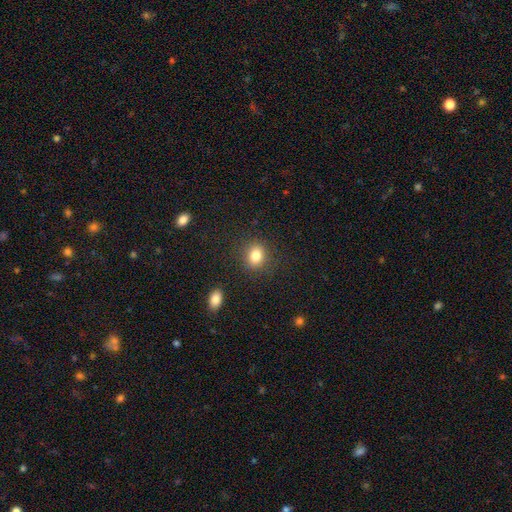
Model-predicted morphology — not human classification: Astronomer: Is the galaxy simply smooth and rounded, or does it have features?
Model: smooth — 83%.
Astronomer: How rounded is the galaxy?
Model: round — 58% (runner-up: in between, 41%).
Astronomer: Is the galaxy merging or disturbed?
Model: none — 86%.